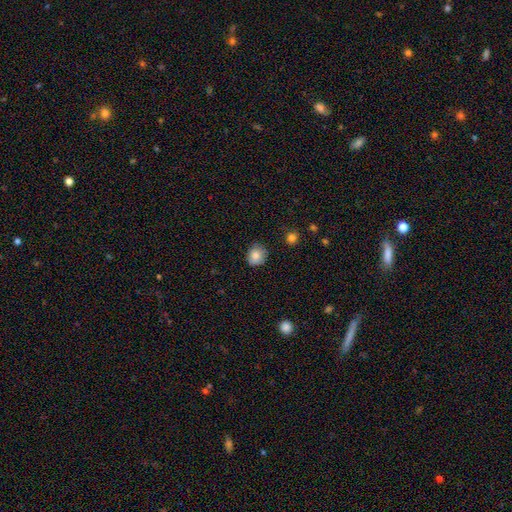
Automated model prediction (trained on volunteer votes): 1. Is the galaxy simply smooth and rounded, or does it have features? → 84% smooth, 9% star or artifact, 7% featured or disk.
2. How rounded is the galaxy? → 76% round, 23% in between, 1% cigar-shaped.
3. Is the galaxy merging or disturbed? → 78% none, 18% minor disturbance, 3% major disturbance, 1% merger.